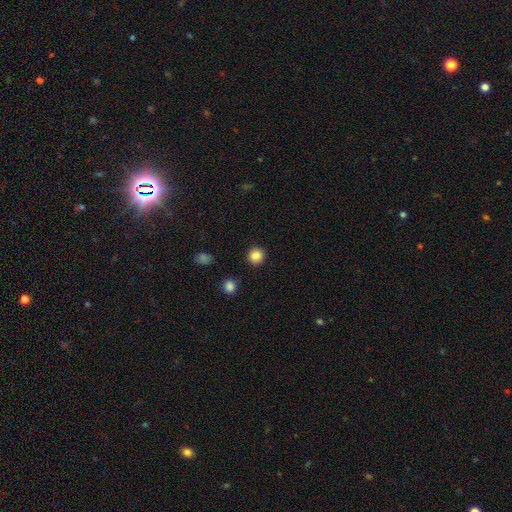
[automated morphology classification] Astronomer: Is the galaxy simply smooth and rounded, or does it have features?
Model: smooth — 86%.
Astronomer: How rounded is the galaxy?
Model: round — 93%.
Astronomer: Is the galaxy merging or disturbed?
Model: none — 92%.